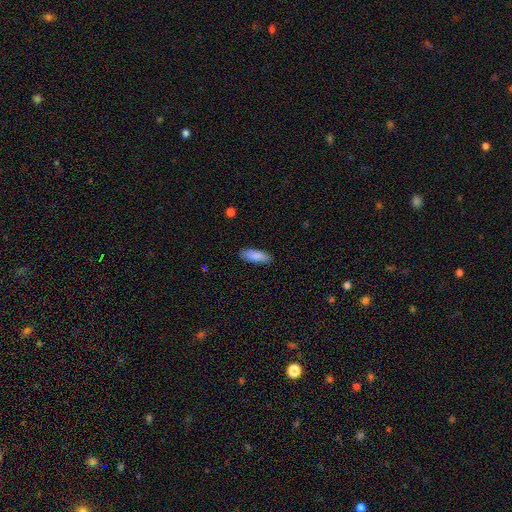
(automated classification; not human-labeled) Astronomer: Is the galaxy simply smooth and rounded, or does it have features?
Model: smooth — 88%.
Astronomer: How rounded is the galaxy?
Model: in between — 68%.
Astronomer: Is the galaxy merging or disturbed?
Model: none — 87%.